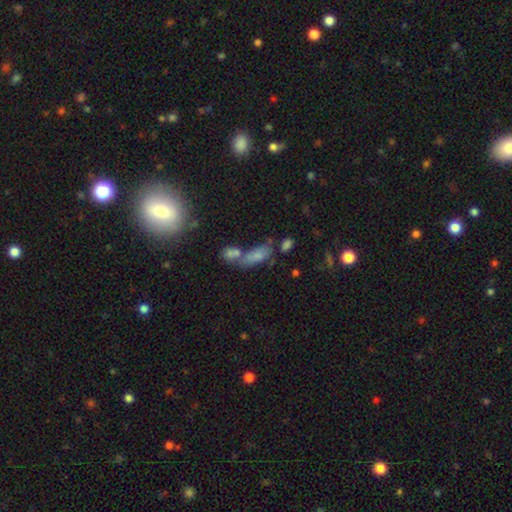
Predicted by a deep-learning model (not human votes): A smooth galaxy with no disk features (69%) that is in between round and cigar-shaped (71%). Merging: merger (45%).